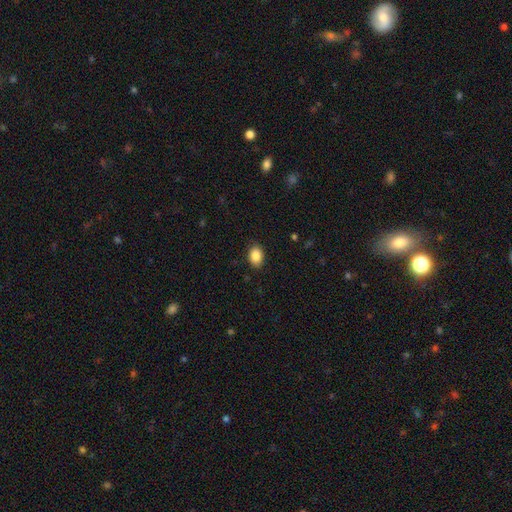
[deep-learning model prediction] Smooth or featured?
  - smooth: 88% *
  - star or artifact: 8%
  - featured or disk: 4%
How rounded?
  - in between: 82% *
  - round: 17%
  - cigar-shaped: 1%
Merging?
  - none: 88% *
  - minor disturbance: 9%
  - major disturbance: 2%
  - merger: 1%